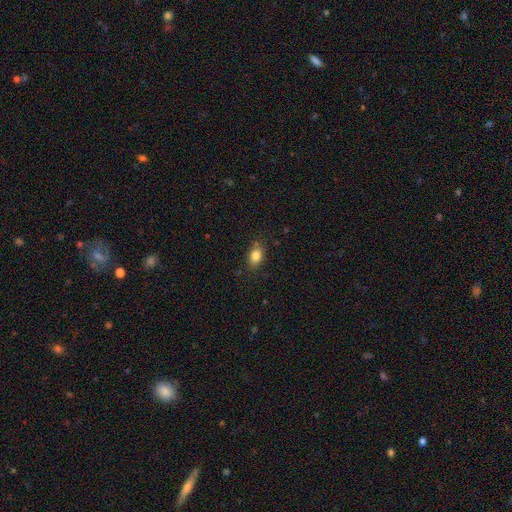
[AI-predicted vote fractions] Q: Smooth or featured?
A: smooth (83%); runner-up: star or artifact (10%)
Q: How rounded?
A: in between (80%); runner-up: round (18%)
Q: Merging?
A: none (82%); runner-up: minor disturbance (13%)